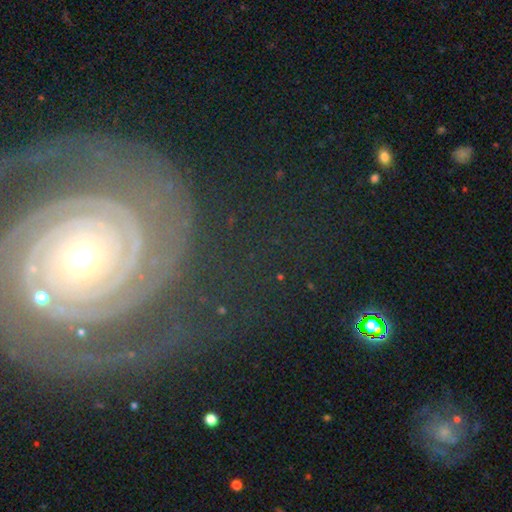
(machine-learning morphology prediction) Smooth or featured?
  - featured or disk: 75% *
  - star or artifact: 15%
  - smooth: 10%
Edge-on disk?
  - no: 95% *
  - yes: 5%
Bar?
  - no: 70% *
  - weak: 17%
  - strong: 13%
Spiral arms?
  - yes: 93% *
  - no: 7%
Spiral winding?
  - tight: 80% *
  - medium: 14%
  - loose: 5%
Spiral arm count?
  - 2: 32% *
  - can't tell: 23%
  - 3: 15%
  - 4: 10%
  - more than 4: 10%
  - 1: 10%
Bulge size?
  - small: 46% *
  - moderate: 45%
  - large: 5%
  - none: 2%
  - dominant: 2%
Merging?
  - none: 75% *
  - minor disturbance: 13%
  - major disturbance: 10%
  - merger: 3%